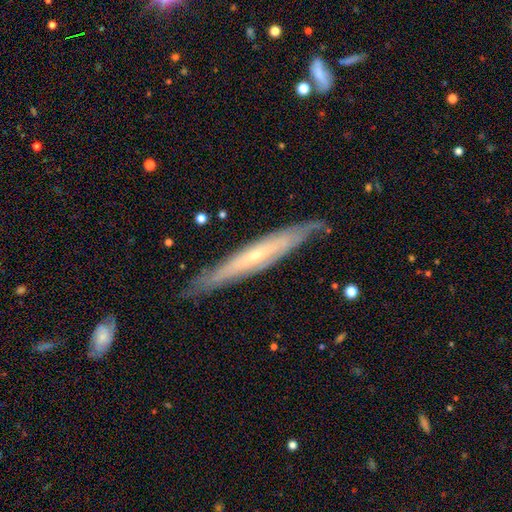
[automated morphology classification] Smooth or featured?
  - featured or disk: 72% *
  - smooth: 22%
  - star or artifact: 6%
Edge-on disk?
  - yes: 75% *
  - no: 25%
Edge-on bulge?
  - rounded: 50% *
  - none: 46%
  - boxy: 4%
Merging?
  - none: 80% *
  - minor disturbance: 16%
  - major disturbance: 3%
  - merger: 1%